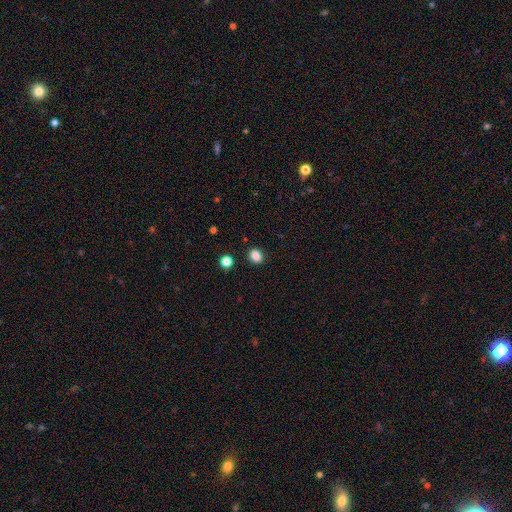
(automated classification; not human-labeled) smooth 85%, star or artifact 11%, featured or disk 3%. Down the decision tree: how rounded — round (58%); merging — none (89%).